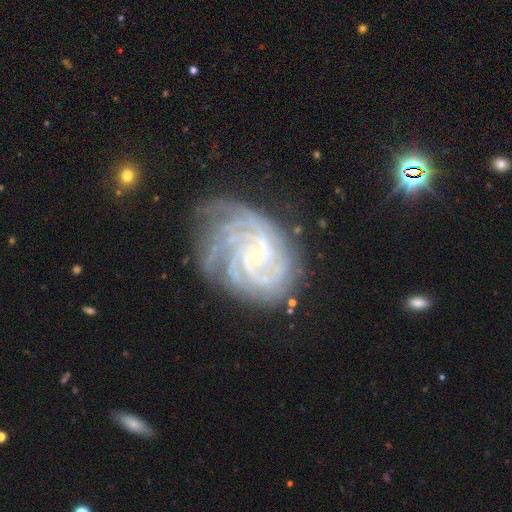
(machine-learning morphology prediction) Q: Smooth or featured?
A: featured or disk (90%); runner-up: star or artifact (6%)
Q: Edge-on disk?
A: no (98%); runner-up: yes (2%)
Q: Bar?
A: no (67%); runner-up: weak (24%)
Q: Spiral arms?
A: yes (98%); runner-up: no (2%)
Q: Spiral winding?
A: tight (78%); runner-up: medium (19%)
Q: Spiral arm count?
A: 4 (31%); runner-up: 3 (20%)
Q: Bulge size?
A: small (83%); runner-up: moderate (13%)
Q: Merging?
A: none (65%); runner-up: minor disturbance (23%)